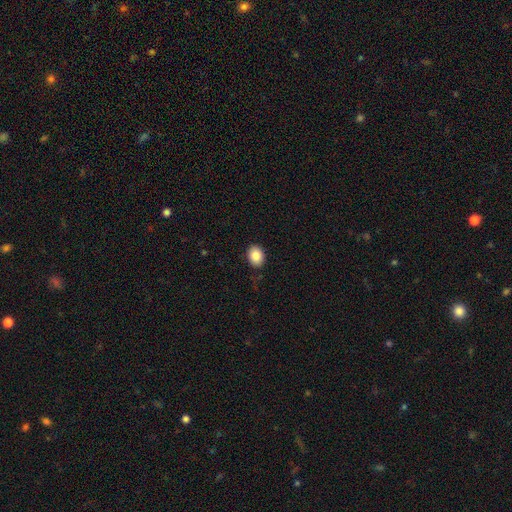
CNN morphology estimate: A smooth galaxy with no disk features (86%) that is in between round and cigar-shaped (61%).

Vote fractions:
- Smooth or featured? smooth: 86% / star or artifact: 8% / featured or disk: 5%
- How rounded? in between: 61% / round: 38% / cigar-shaped: 1%
- Merging? none: 87% / minor disturbance: 10% / major disturbance: 2% / merger: 1%